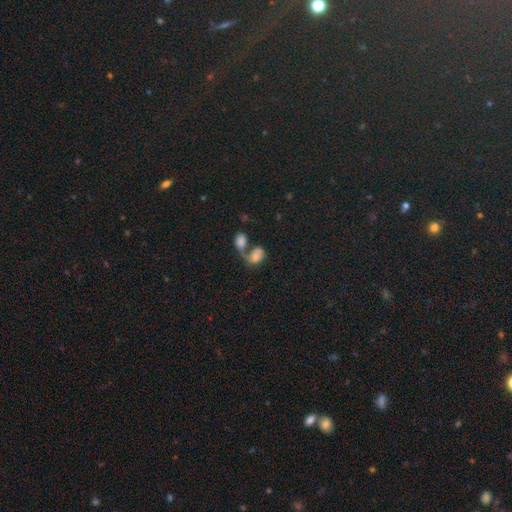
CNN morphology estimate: Smooth or featured? Predicted: smooth (p=0.59). How rounded? Predicted: in between (p=0.71). Merging? Predicted: merger (p=0.66).